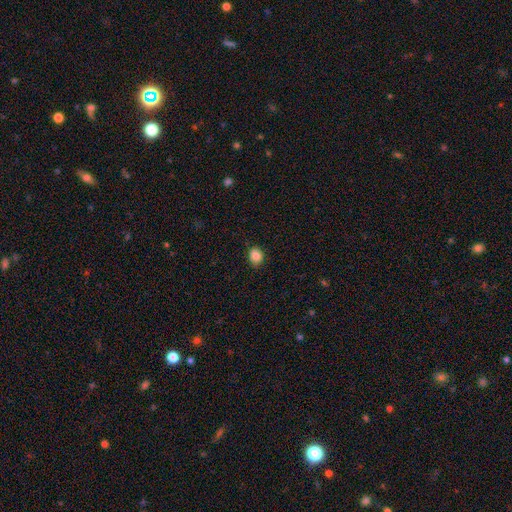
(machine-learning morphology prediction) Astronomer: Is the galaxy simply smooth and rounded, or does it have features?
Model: smooth — 85%.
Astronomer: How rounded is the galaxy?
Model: round — 56% (runner-up: in between, 43%).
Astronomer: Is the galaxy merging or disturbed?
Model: none — 82%.